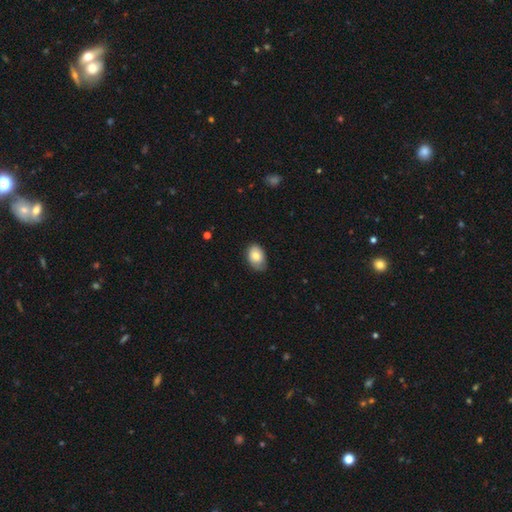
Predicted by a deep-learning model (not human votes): Smooth or featured: smooth — 80% (featured or disk — 13%)
How rounded: in between — 84% (round — 15%)
Merging: none — 70% (minor disturbance — 25%)